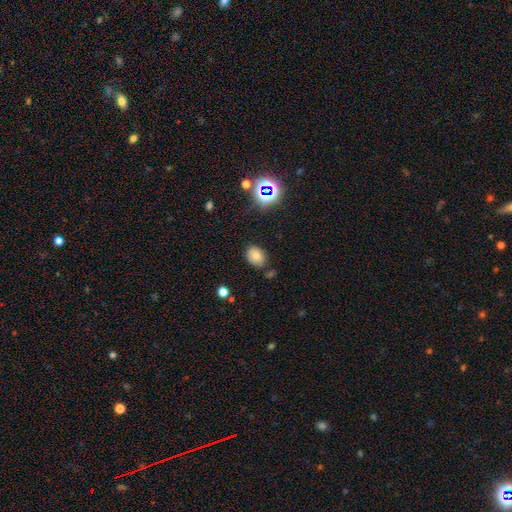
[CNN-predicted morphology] The model was most divided on "how rounded": in between: 70%, round: 29%, cigar-shaped: 1%. More confident: merging — none (76%); smooth or featured — smooth (74%).